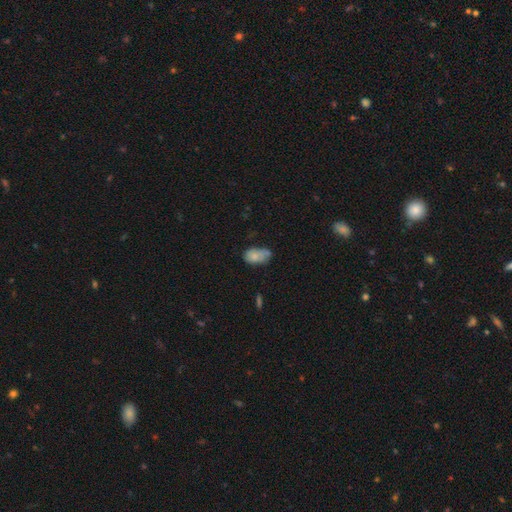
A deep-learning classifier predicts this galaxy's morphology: smooth 71%, featured or disk 20%, star or artifact 9%. Down the decision tree: how rounded — in between (89%); merging — none (39%).